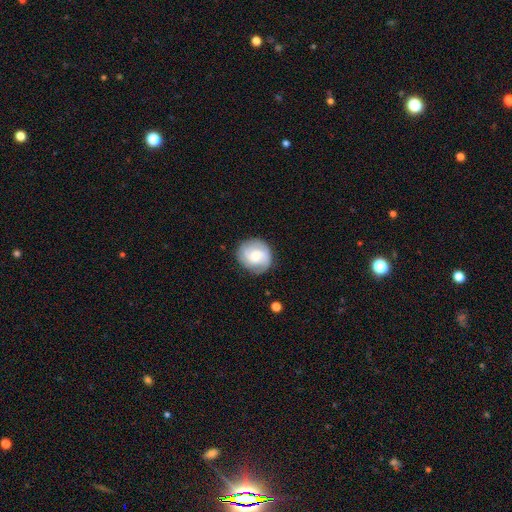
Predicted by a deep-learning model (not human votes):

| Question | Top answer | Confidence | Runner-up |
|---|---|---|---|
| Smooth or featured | featured or disk | 54% | smooth (39%) |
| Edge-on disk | no | 97% | yes (3%) |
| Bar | no | 60% | weak (34%) |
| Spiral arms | yes | 87% | no (13%) |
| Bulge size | moderate | 47% | small (42%) |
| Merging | none | 81% | minor disturbance (14%) |